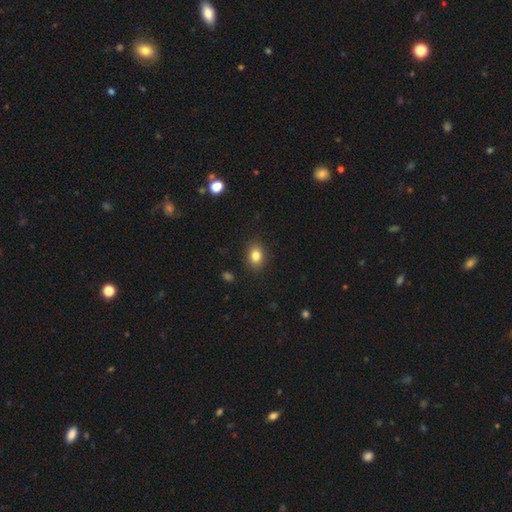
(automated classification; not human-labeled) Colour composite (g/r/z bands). It shows a smooth galaxy with no disk features (82%) that is in between round and cigar-shaped (66%). Merging: none (88%).